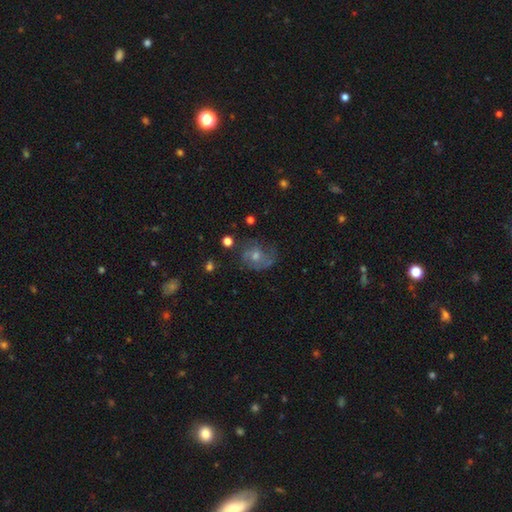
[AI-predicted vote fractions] This is possibly a featured or disk galaxy (55%). It is clearly not viewed edge-on (96%). Bar: likely no (76%). Spiral arm pattern: likely yes (78%). Central bulge: possibly moderate (58%). Merging: likely none (64%).